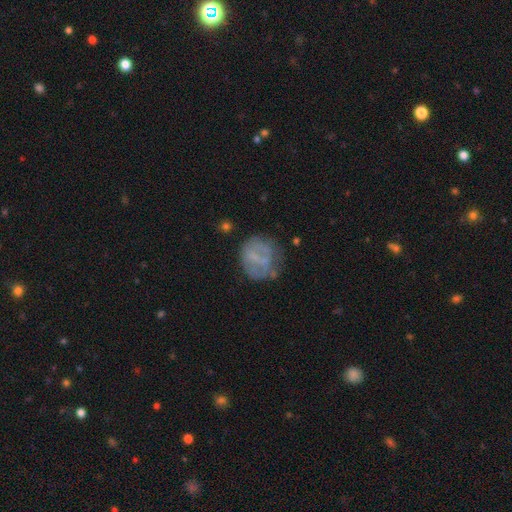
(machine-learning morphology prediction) This is possibly a featured or disk galaxy (46%). Merging: possibly none (59%).